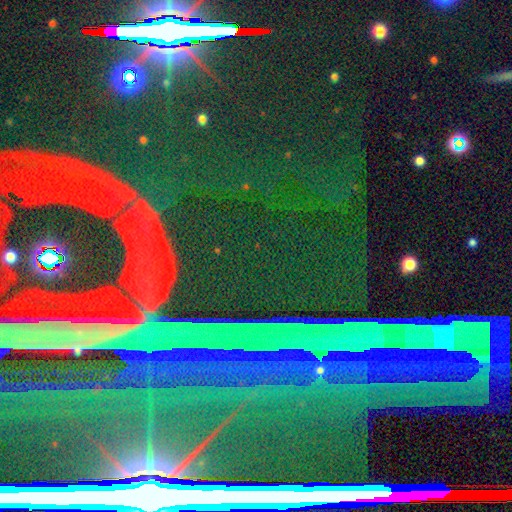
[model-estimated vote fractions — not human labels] smooth-or-featured: star or artifact: 84% | featured or disk: 8% | smooth: 7%